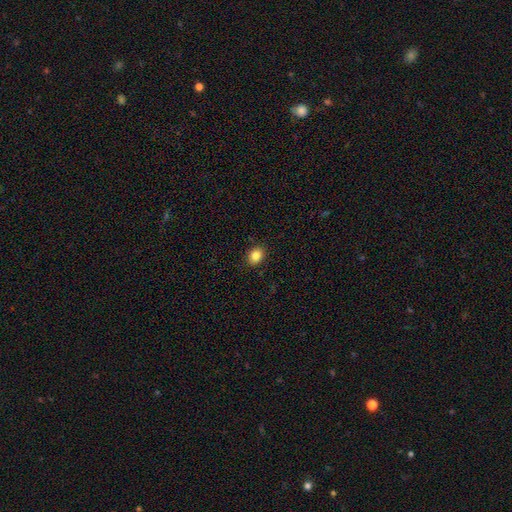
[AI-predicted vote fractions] A smooth galaxy with no disk features (85%) that is in between round and cigar-shaped (57%). Merging: none (89%).